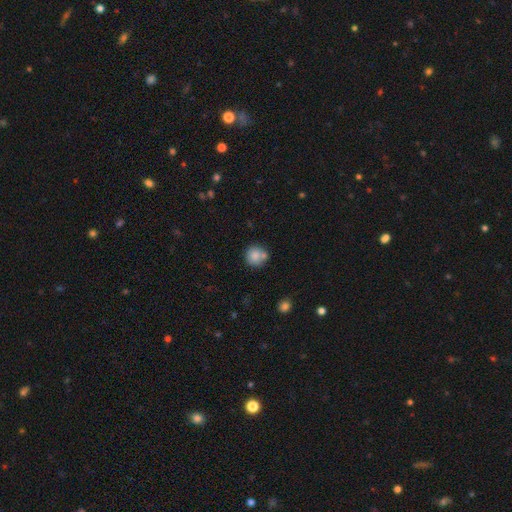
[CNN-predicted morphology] smooth-or-featured: smooth: 82% | featured or disk: 10% | star or artifact: 9%
  how-rounded: round: 90% | in between: 9% | cigar-shaped: 1%
  merging: none: 64% | merger: 19% | minor disturbance: 14% | major disturbance: 4%